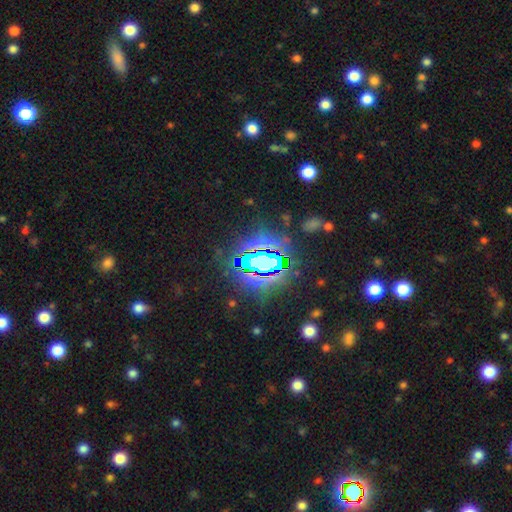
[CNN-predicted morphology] smooth_or_featured: star or artifact (p=0.79) [alt: smooth p=0.11]